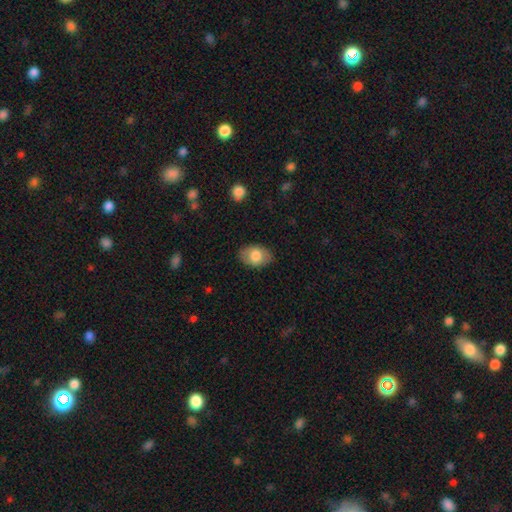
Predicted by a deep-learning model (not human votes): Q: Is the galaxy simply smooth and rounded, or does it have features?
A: smooth — 77%.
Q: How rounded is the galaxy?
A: in between — 83%.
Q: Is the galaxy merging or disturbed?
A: none — 83%.